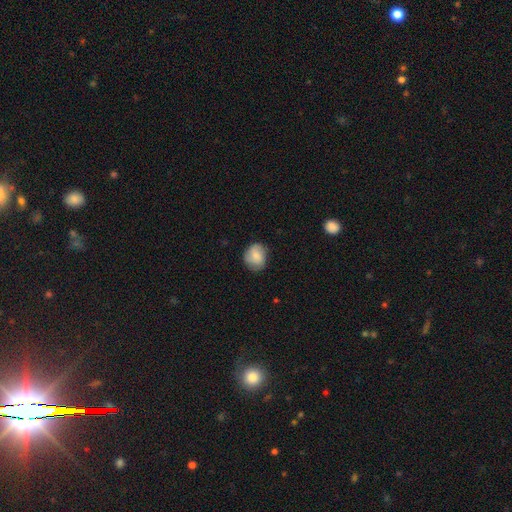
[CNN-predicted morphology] Smooth or featured?
  - smooth: 76% *
  - featured or disk: 16%
  - star or artifact: 7%
How rounded?
  - round: 68% *
  - in between: 31%
  - cigar-shaped: 1%
Merging?
  - none: 75% *
  - minor disturbance: 20%
  - major disturbance: 4%
  - merger: 1%